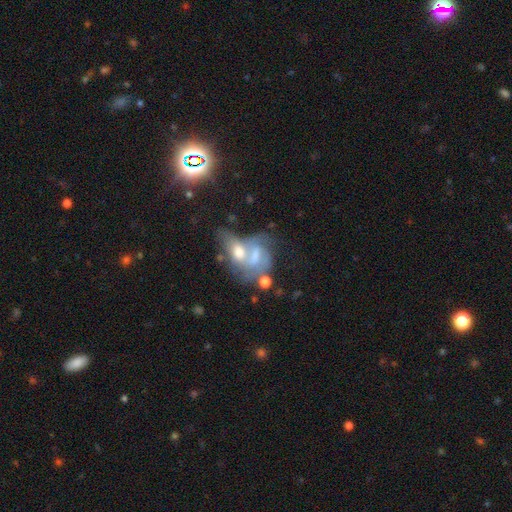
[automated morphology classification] Q: Smooth or featured?
A: featured or disk (51%); runner-up: smooth (39%)
Q: Edge-on disk?
A: no (95%); runner-up: yes (5%)
Q: Merging?
A: merger (62%); runner-up: none (16%)